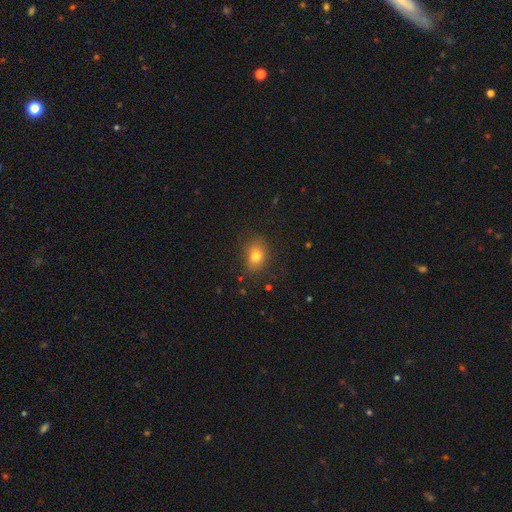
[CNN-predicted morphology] The model was most divided on "how rounded": in between: 56%, round: 42%, cigar-shaped: 1%. More confident: merging — none (79%); smooth or featured — smooth (78%).